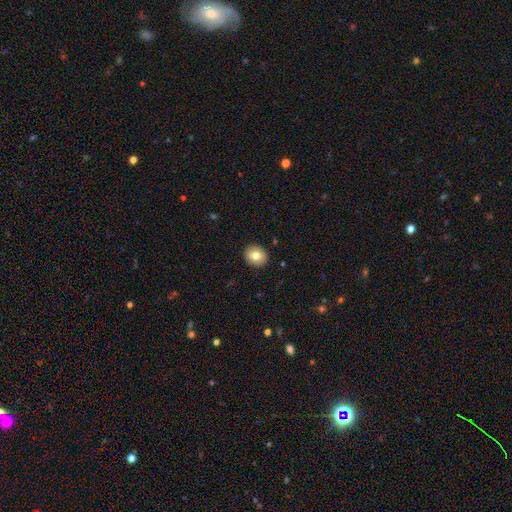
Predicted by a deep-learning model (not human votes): A smooth galaxy with no disk features (78%) that is round (71%).

Vote fractions:
- Smooth or featured? smooth: 78% / featured or disk: 14% / star or artifact: 8%
- How rounded? round: 71% / in between: 28% / cigar-shaped: 1%
- Merging? none: 91% / minor disturbance: 6% / major disturbance: 2% / merger: 1%